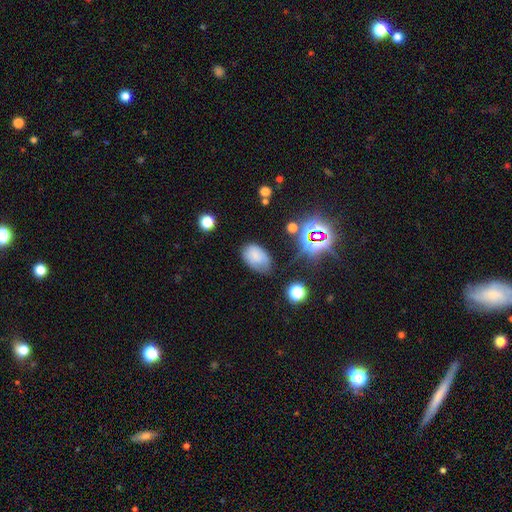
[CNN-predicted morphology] Smooth or featured? Predicted: smooth (p=0.71). How rounded? Predicted: in between (p=0.89). Merging? Predicted: none (p=0.61).